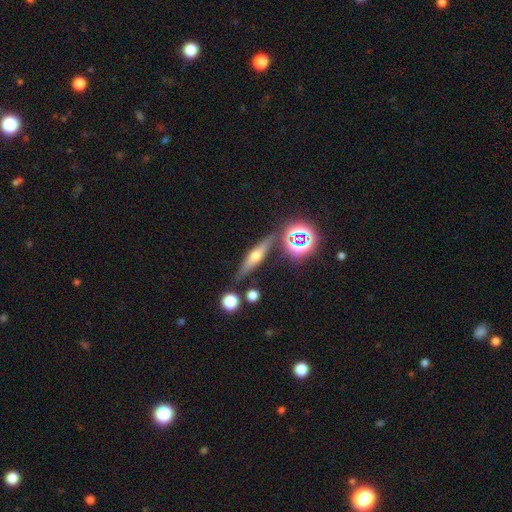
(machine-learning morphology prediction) smooth_or_featured: featured or disk (p=0.52) [alt: smooth p=0.34]
disk_edge_on: yes (p=0.90) [alt: no p=0.10]
merging: none (p=0.81) [alt: minor disturbance p=0.11]